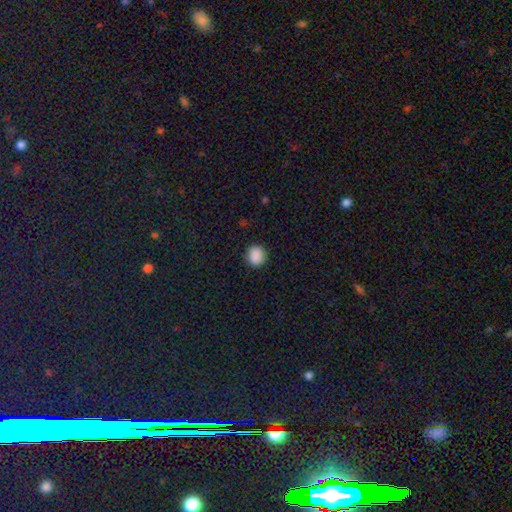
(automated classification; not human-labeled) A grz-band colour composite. It shows a smooth galaxy with no disk features (89%) that is round (85%). Merging: none (89%).